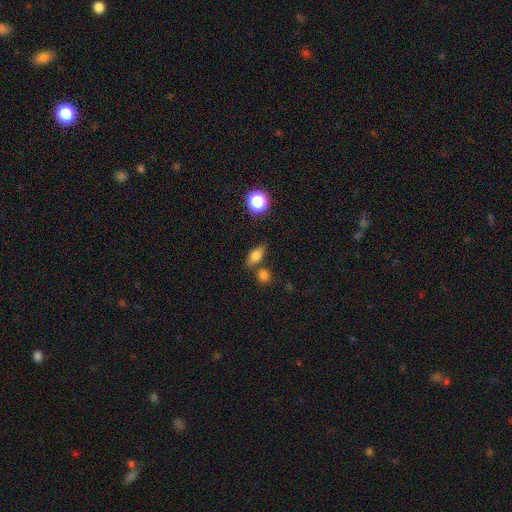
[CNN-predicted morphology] A smooth galaxy with no disk features (72%) that is in between round and cigar-shaped (70%).

Vote fractions:
- Smooth or featured? smooth: 72% / featured or disk: 17% / star or artifact: 11%
- How rounded? in between: 70% / cigar-shaped: 16% / round: 13%
- Merging? none: 72% / minor disturbance: 13% / merger: 11% / major disturbance: 4%